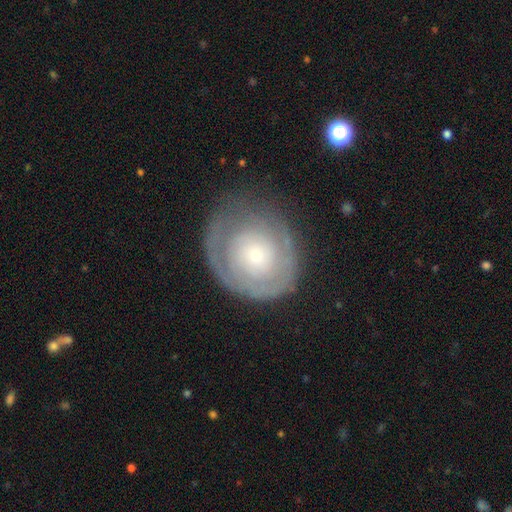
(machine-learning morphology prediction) smooth_or_featured: featured or disk (p=0.62) [alt: smooth p=0.31]
disk_edge_on: no (p=0.96) [alt: yes p=0.04]
bar: no (p=0.87) [alt: weak p=0.11]
has_spiral_arms: yes (p=0.62) [alt: no p=0.38]
bulge_size: small (p=0.72) [alt: moderate p=0.21]
merging: none (p=0.70) [alt: minor disturbance p=0.18]